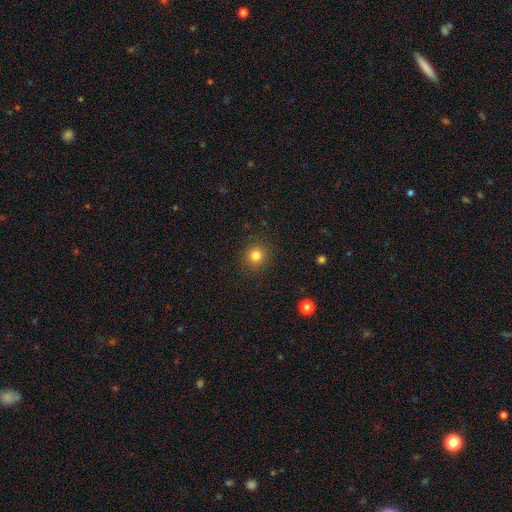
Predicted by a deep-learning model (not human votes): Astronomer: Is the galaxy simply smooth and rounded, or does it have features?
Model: smooth — 82%.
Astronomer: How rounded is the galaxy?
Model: round — 91%.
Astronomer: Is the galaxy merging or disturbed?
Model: none — 90%.